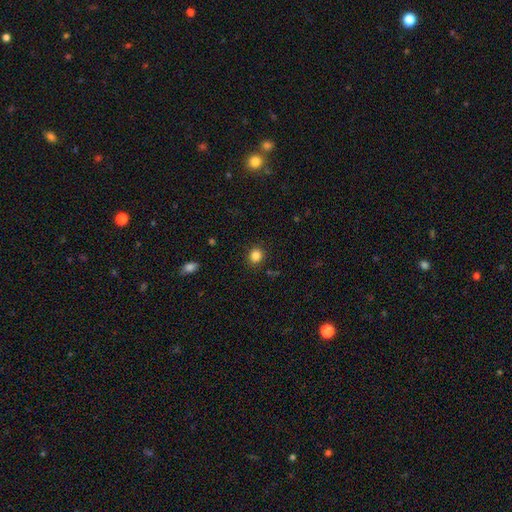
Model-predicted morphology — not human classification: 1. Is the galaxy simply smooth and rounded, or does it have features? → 85% smooth, 11% star or artifact, 4% featured or disk.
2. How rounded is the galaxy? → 81% round, 19% in between, 1% cigar-shaped.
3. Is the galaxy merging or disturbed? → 89% none, 8% minor disturbance, 2% major disturbance, 1% merger.